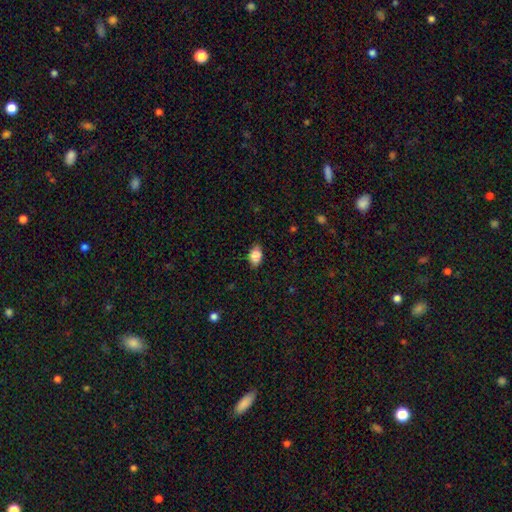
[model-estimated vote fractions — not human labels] Overall: smooth (84%). How rounded: in between (86%). Merging: none (82%).